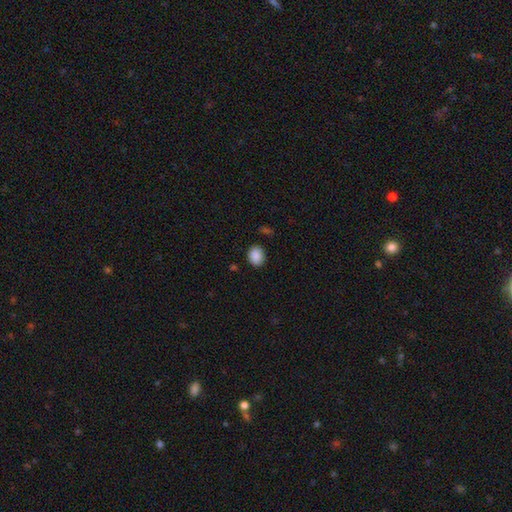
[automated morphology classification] Overall: smooth (89%). How rounded: round (51%; in between 48%). Merging: none (85%).